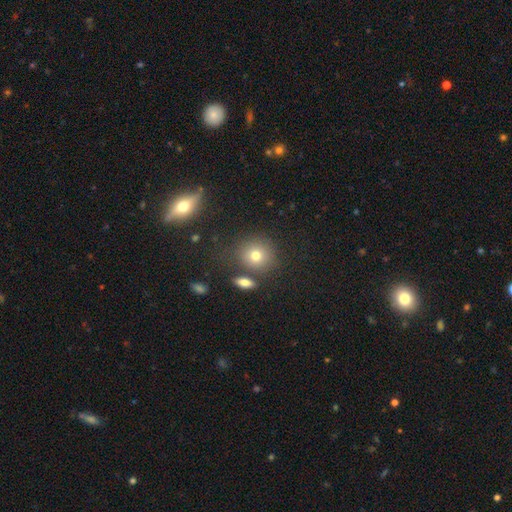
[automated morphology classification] This appears to be a smooth galaxy with no disk features (76%) that is round (86%). Merging: none (76%).